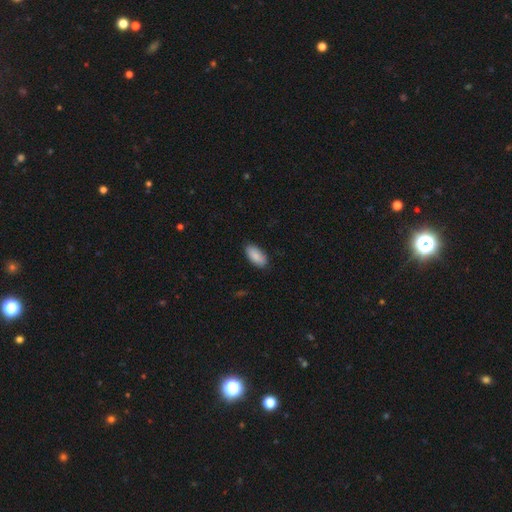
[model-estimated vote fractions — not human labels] Smooth or featured? smooth (88%)
How rounded? in between (92%)
Merging? none (82%)